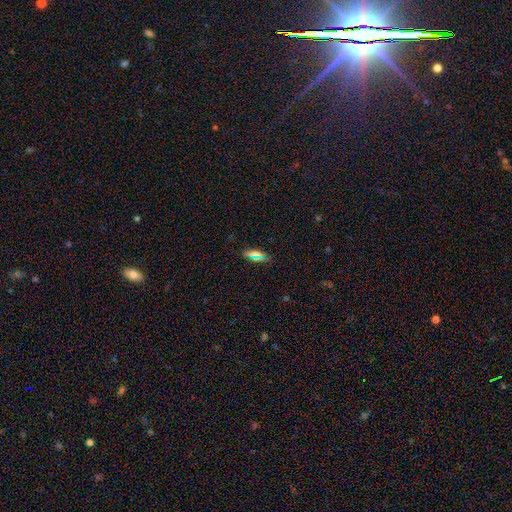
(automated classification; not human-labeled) Morphology: type=smooth (60%); roundness=in between (67%); merging=none (84%).